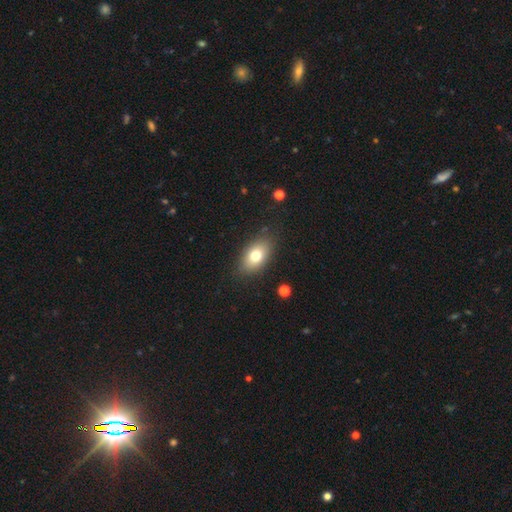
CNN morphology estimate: smooth 76%, featured or disk 16%, star or artifact 9%. Down the decision tree: how rounded — in between (88%); merging — none (83%).